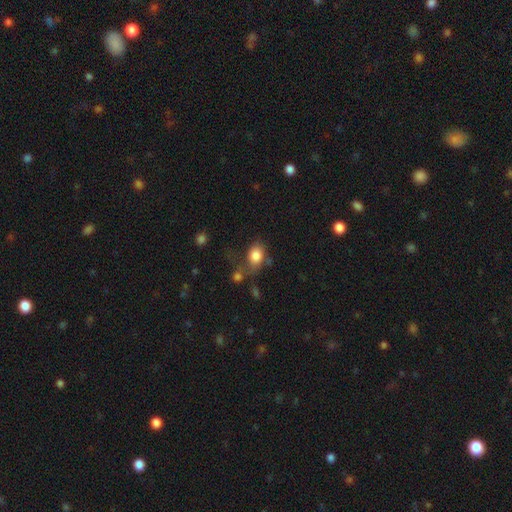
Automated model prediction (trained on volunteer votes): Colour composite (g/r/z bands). It shows a smooth galaxy with no disk features (83%) that is in between round and cigar-shaped (61%). Merging: none (45%).